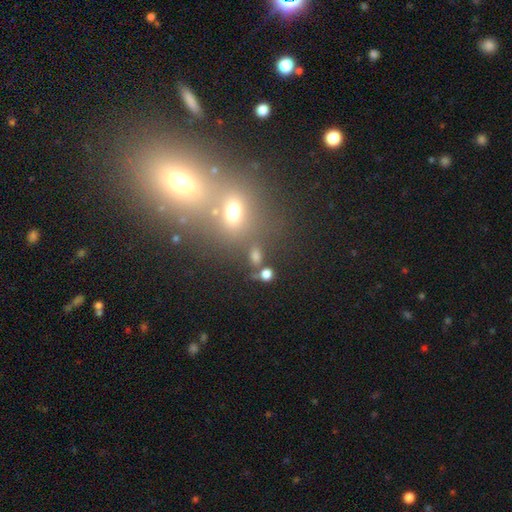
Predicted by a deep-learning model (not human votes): Smooth or featured: smooth — 50% (star or artifact — 32%)
Merging: merger — 53% (none — 35%)